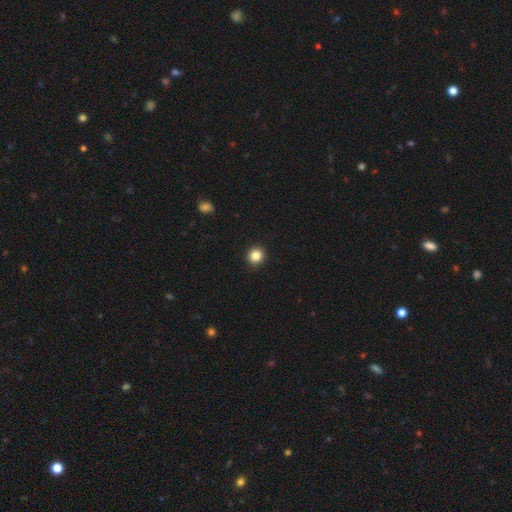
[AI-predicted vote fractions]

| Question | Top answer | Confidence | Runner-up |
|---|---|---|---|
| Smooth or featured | smooth | 85% | star or artifact (11%) |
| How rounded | round | 90% | in between (9%) |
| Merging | none | 93% | minor disturbance (4%) |